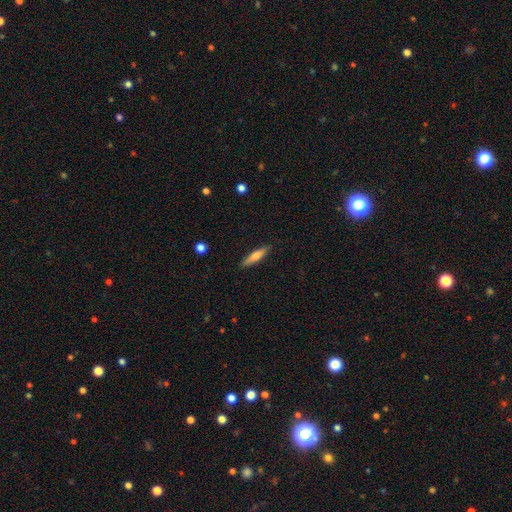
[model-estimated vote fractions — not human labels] Q: Smooth or featured?
A: smooth (62%); runner-up: featured or disk (31%)
Q: How rounded?
A: cigar-shaped (83%); runner-up: in between (16%)
Q: Merging?
A: none (89%); runner-up: minor disturbance (8%)